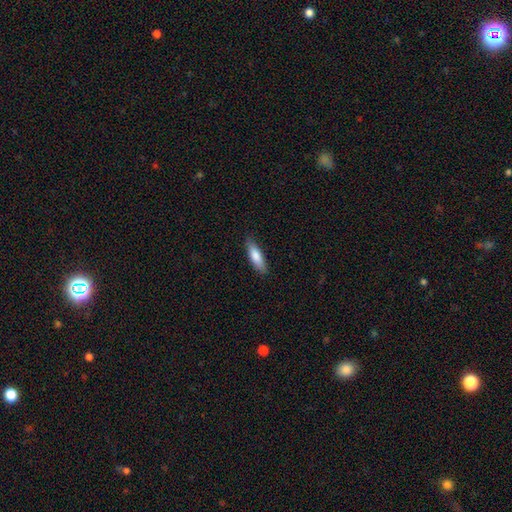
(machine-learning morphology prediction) type=smooth (79%); roundness=cigar-shaped (58%); merging=none (85%).